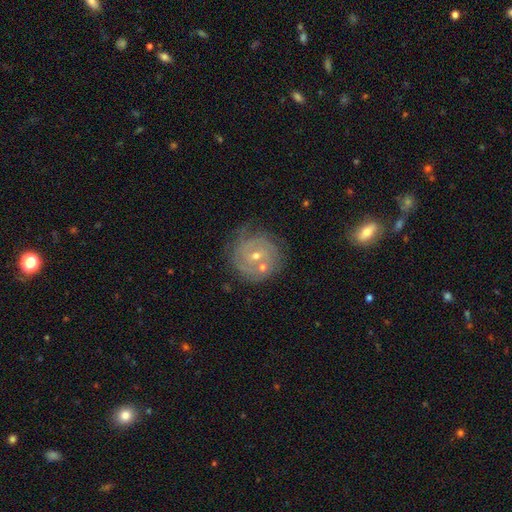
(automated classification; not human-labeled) smooth_or_featured: featured or disk (p=0.75) [alt: smooth p=0.17]
disk_edge_on: no (p=0.97) [alt: yes p=0.03]
bar: no (p=0.63) [alt: weak p=0.30]
has_spiral_arms: yes (p=0.88) [alt: no p=0.12]
spiral_winding: tight (p=0.75) [alt: medium p=0.20]
spiral_arm_count: can't tell (p=0.37) [alt: 2 p=0.26]
bulge_size: small (p=0.58) [alt: moderate p=0.38]
merging: none (p=0.63) [alt: minor disturbance p=0.18]